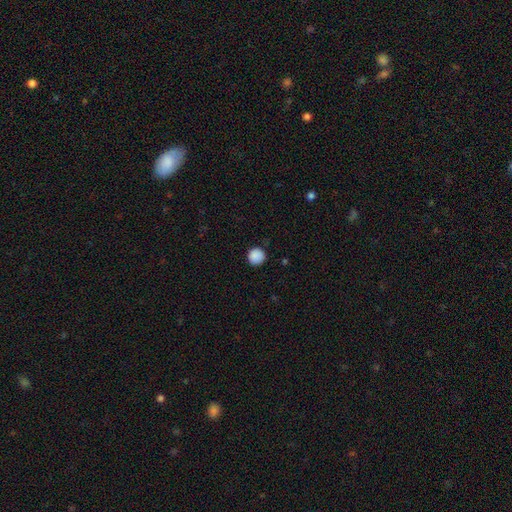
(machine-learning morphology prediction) type=smooth (89%); roundness=round (94%); merging=none (89%).